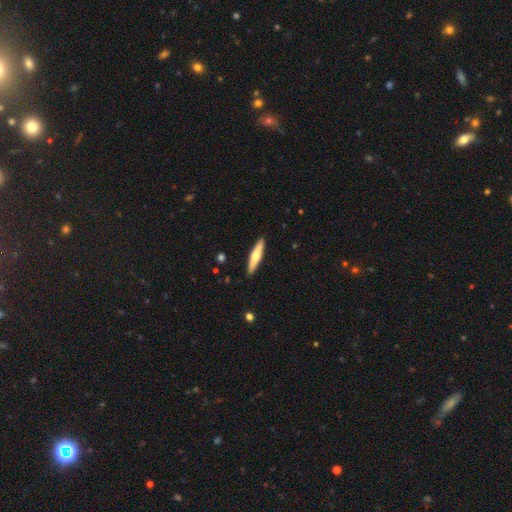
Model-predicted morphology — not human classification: Q: Smooth or featured?
A: smooth (50%); runner-up: featured or disk (45%)
Q: Merging?
A: none (91%); runner-up: minor disturbance (7%)